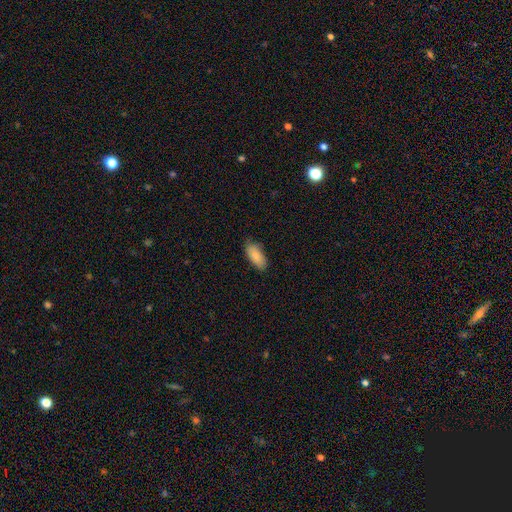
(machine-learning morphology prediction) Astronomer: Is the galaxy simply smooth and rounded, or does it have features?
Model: smooth — 83%.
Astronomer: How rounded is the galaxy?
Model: in between — 87%.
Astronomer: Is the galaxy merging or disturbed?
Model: none — 82%.